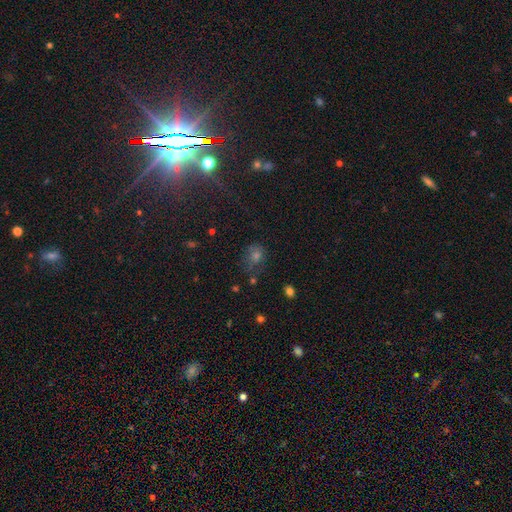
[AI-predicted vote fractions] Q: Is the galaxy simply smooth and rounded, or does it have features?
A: smooth — 48%.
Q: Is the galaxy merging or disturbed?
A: none — 62%.